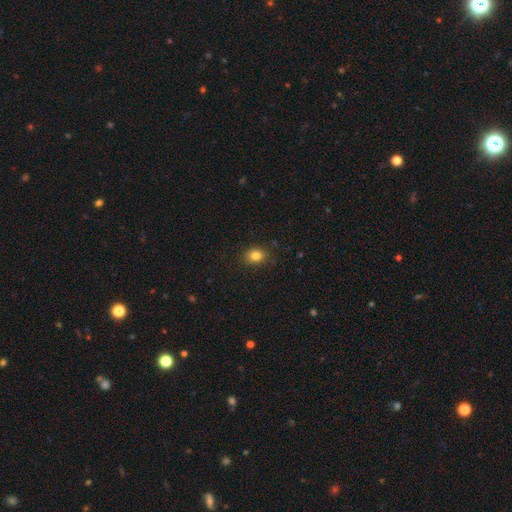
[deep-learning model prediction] smooth 82%, star or artifact 11%, featured or disk 6%. Down the decision tree: how rounded — in between (50%); merging — none (88%).